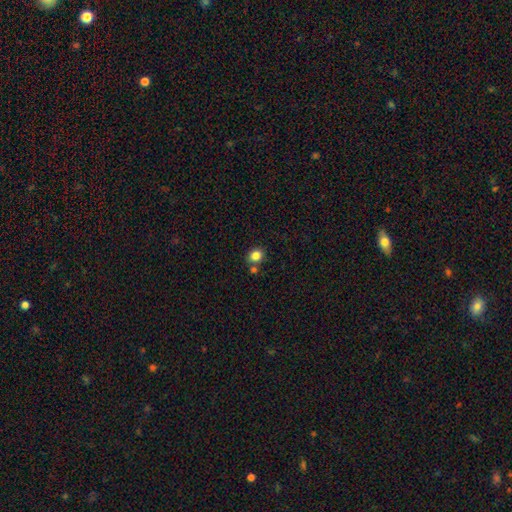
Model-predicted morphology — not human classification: Overall: smooth (84%). How rounded: round (69%; in between 30%). Merging: none (71%).